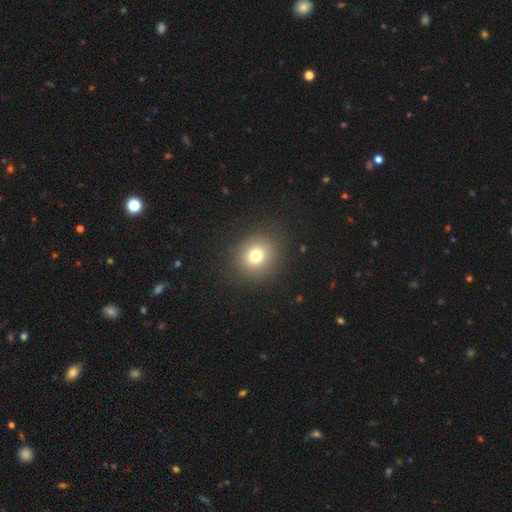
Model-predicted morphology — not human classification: Overall: smooth (77%). How rounded: round (80%). Merging: none (89%).